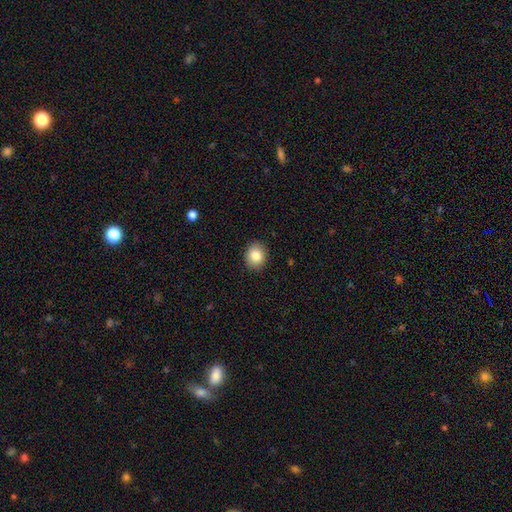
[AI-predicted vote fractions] Morphology: type=smooth (84%); roundness=round (68%); merging=none (90%).